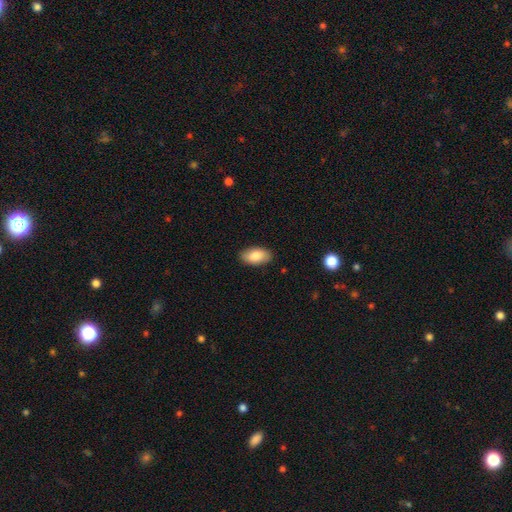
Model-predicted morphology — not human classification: Smooth or featured?
  - smooth: 84% *
  - featured or disk: 9%
  - star or artifact: 6%
How rounded?
  - in between: 94% *
  - round: 3%
  - cigar-shaped: 3%
Merging?
  - none: 88% *
  - minor disturbance: 9%
  - major disturbance: 2%
  - merger: 1%